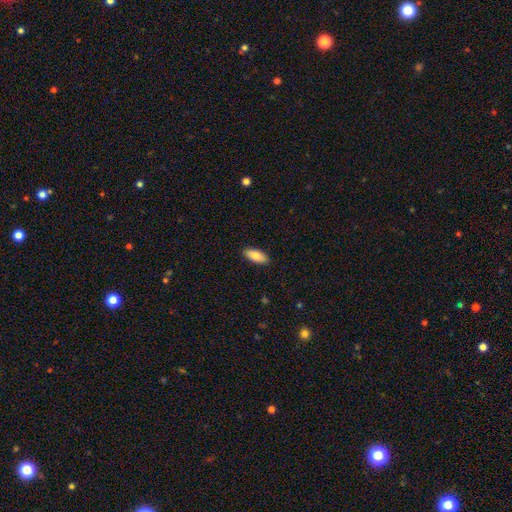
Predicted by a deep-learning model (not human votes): smooth 80%, featured or disk 14%, star or artifact 6%. Down the decision tree: how rounded — in between (85%); merging — none (90%).